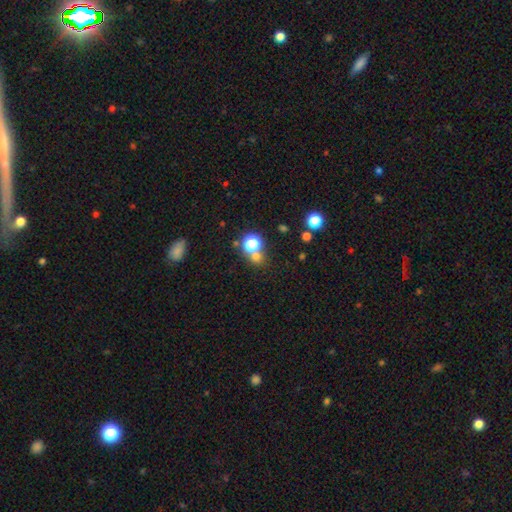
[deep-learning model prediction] This appears to be a smooth galaxy with no disk features (64%) that is round (83%). Merging: none (56%).